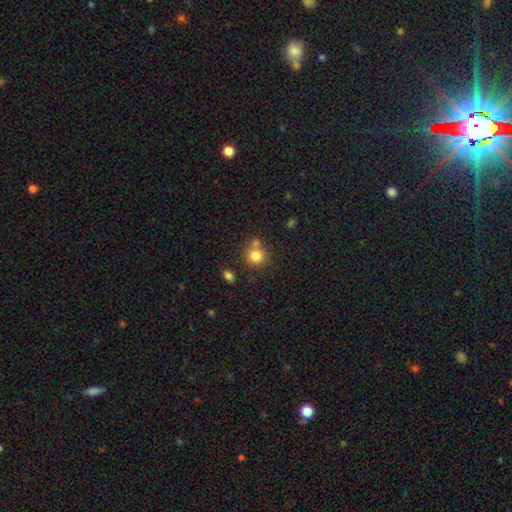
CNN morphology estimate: A smooth galaxy with no disk features (80%) that is round (86%).

Vote fractions:
- Smooth or featured? smooth: 80% / star or artifact: 11% / featured or disk: 9%
- How rounded? round: 86% / in between: 13% / cigar-shaped: 1%
- Merging? none: 59% / merger: 25% / minor disturbance: 12% / major disturbance: 4%